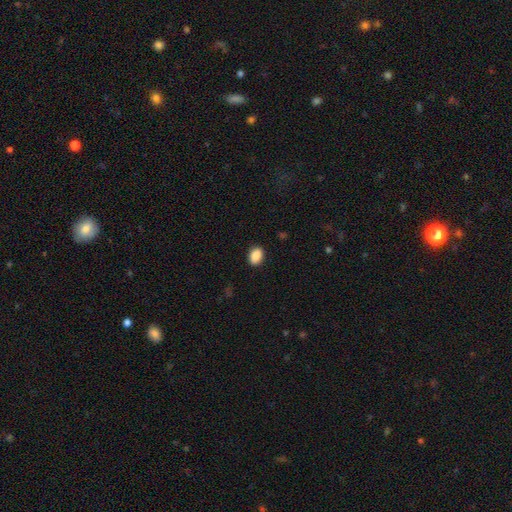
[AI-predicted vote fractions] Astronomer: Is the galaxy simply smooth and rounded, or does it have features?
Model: smooth — 89%.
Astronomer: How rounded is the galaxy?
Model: in between — 82%.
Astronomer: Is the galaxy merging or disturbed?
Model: none — 89%.